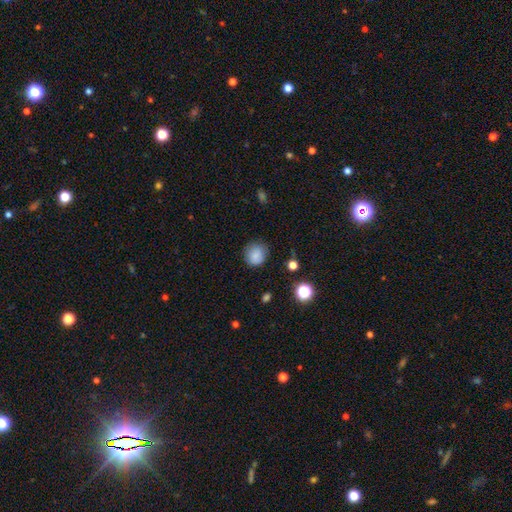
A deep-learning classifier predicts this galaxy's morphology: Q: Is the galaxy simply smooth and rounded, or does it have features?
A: smooth — 83%.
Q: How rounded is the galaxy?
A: round — 84%.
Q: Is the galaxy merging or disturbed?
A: none — 79%.